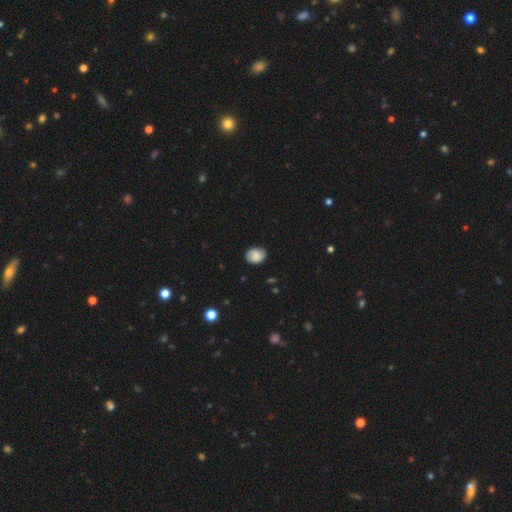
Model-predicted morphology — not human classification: Overall: smooth (72%). How rounded: in between (53%; round 46%). Merging: none (80%).